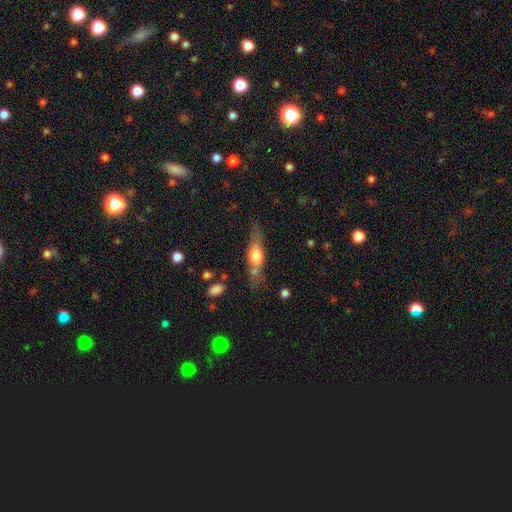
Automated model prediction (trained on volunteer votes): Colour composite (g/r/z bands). It shows a smooth galaxy with no disk features (48%). Merging: none (62%).